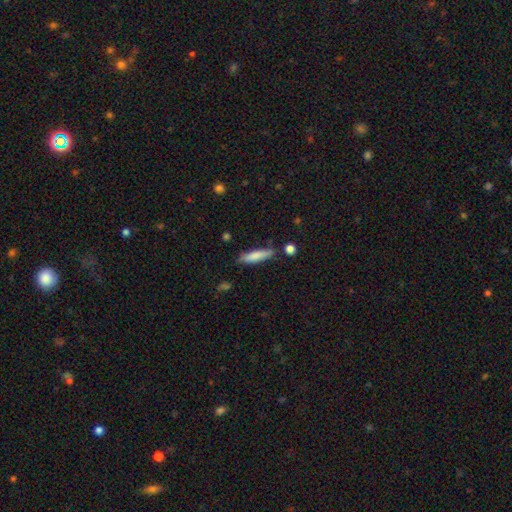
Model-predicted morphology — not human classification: Smooth or featured? smooth (80%)
How rounded? cigar-shaped (77%)
Merging? none (75%)